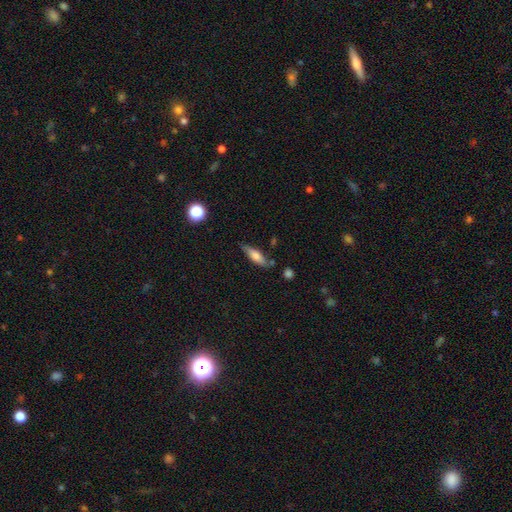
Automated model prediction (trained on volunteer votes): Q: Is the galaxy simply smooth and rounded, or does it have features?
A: smooth — 64%.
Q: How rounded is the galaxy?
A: cigar-shaped — 52%.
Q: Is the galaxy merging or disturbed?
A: none — 69%.